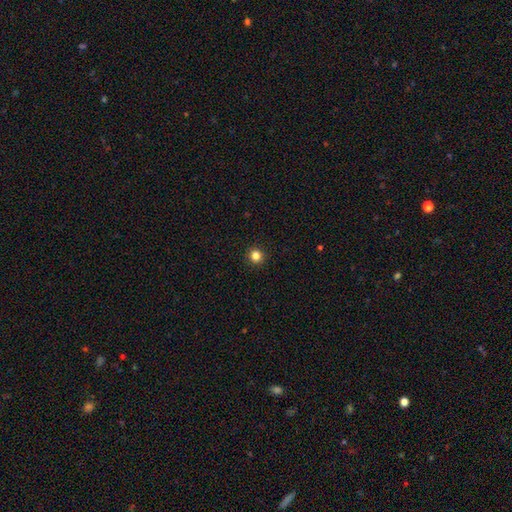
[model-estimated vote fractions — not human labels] Q: Smooth or featured?
A: smooth (83%); runner-up: star or artifact (13%)
Q: How rounded?
A: round (95%); runner-up: in between (4%)
Q: Merging?
A: none (93%); runner-up: minor disturbance (5%)